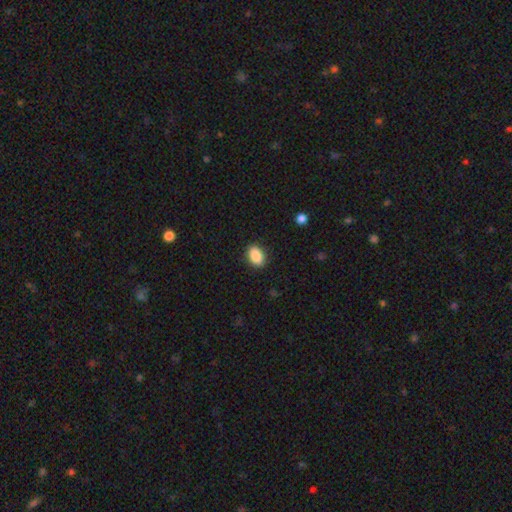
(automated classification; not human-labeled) Q: Smooth or featured?
A: smooth (89%); runner-up: star or artifact (7%)
Q: How rounded?
A: in between (86%); runner-up: round (13%)
Q: Merging?
A: none (88%); runner-up: minor disturbance (9%)